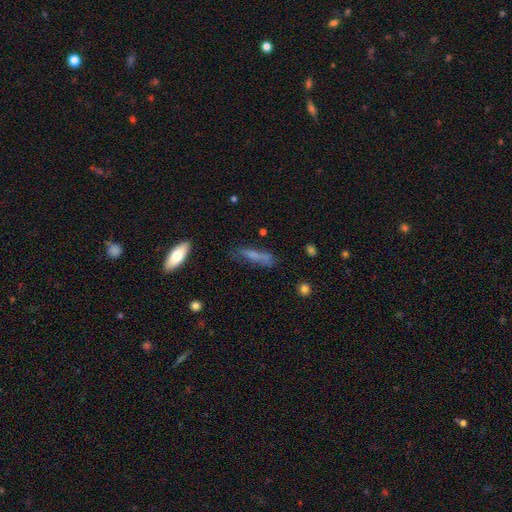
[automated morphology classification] smooth_or_featured: smooth (p=0.63) [alt: featured or disk p=0.27]
how_rounded: cigar-shaped (p=0.76) [alt: in between p=0.22]
merging: none (p=0.59) [alt: minor disturbance p=0.26]